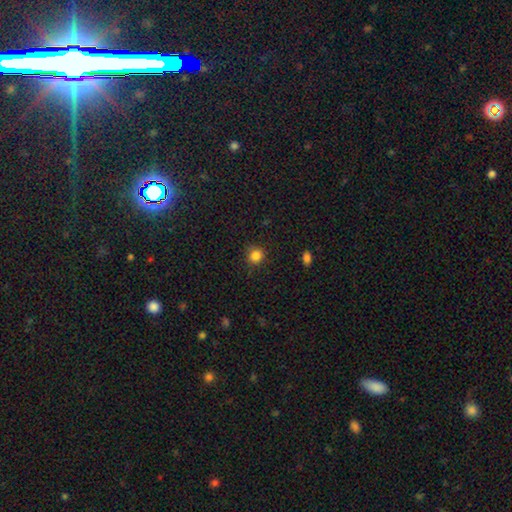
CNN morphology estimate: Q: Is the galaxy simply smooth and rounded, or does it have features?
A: smooth — 84%.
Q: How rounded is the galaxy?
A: round — 89%.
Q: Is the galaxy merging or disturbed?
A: none — 85%.